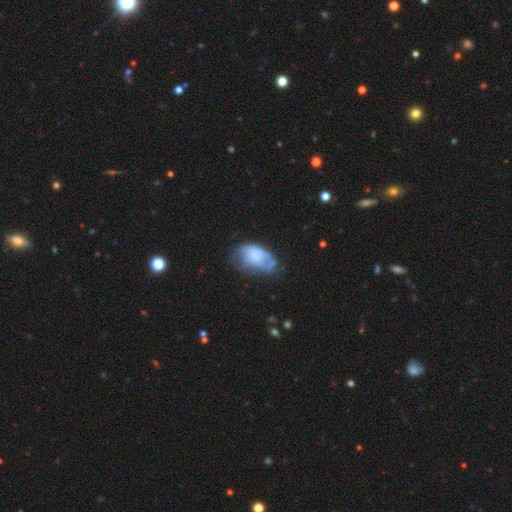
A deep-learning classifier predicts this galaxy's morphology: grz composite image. It shows a smooth galaxy with no disk features (56%) that is in between round and cigar-shaped (90%). Merging: none (34%, tied with minor disturbance).